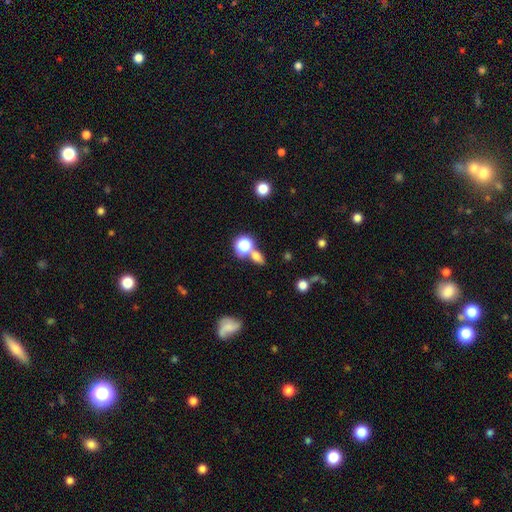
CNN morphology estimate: A smooth galaxy with no disk features (68%) that is in between round and cigar-shaped (58%). Merging: none (55%).